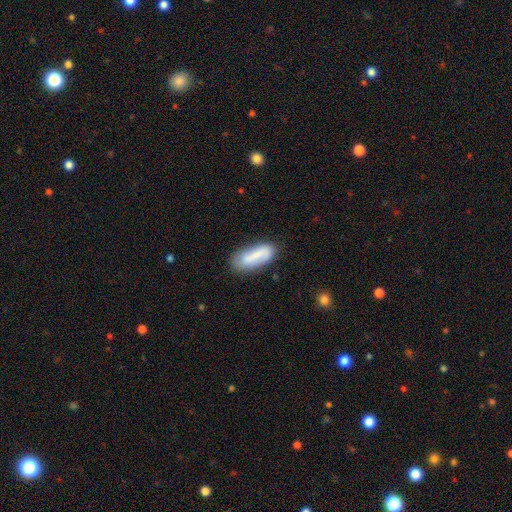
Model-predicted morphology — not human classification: Smooth or featured? smooth (65%)
How rounded? in between (73%)
Merging? none (70%)